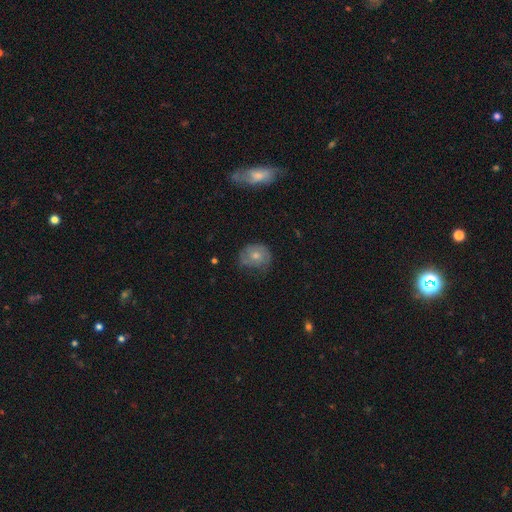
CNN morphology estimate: type=smooth (52%); roundness=round (70%); merging=none (55%).